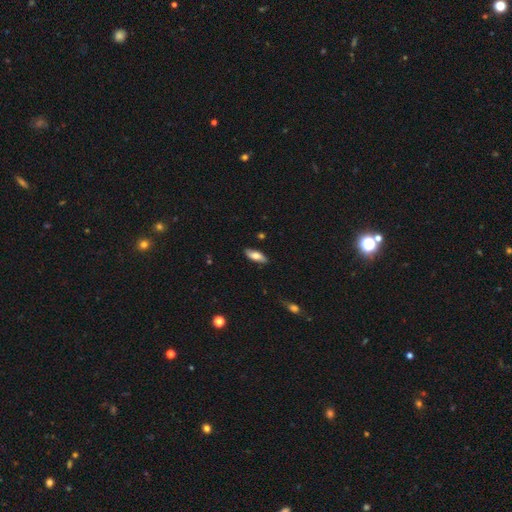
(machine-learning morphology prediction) Smooth or featured? Predicted: smooth (p=0.68). How rounded? Predicted: in between (p=0.71). Merging? Predicted: none (p=0.84).